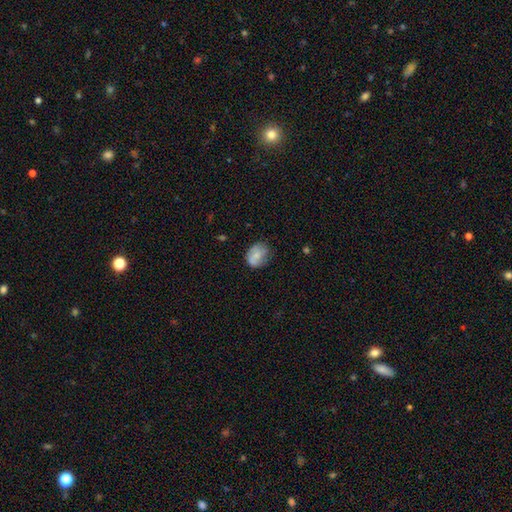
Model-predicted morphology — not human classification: Smooth or featured?
  - smooth: 60% *
  - featured or disk: 33%
  - star or artifact: 8%
How rounded?
  - round: 53% *
  - in between: 46%
  - cigar-shaped: 1%
Merging?
  - none: 57% *
  - minor disturbance: 30%
  - major disturbance: 11%
  - merger: 2%